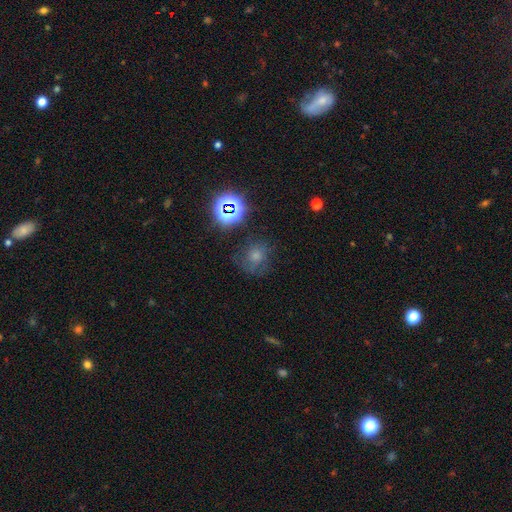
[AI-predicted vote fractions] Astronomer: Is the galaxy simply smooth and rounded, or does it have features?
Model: smooth — 59%.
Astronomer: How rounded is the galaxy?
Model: round — 77%.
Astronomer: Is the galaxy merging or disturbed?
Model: none — 59%.